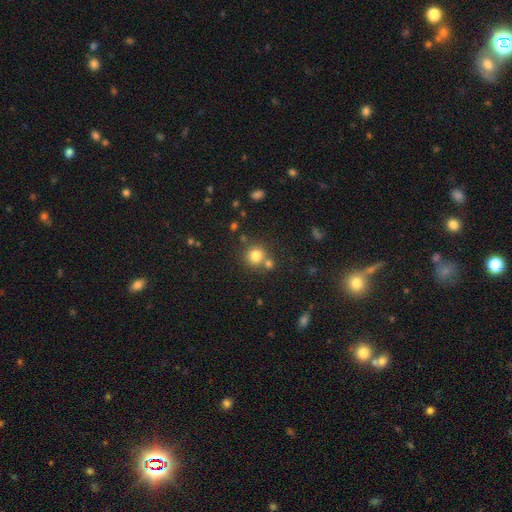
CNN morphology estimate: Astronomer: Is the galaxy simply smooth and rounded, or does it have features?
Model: smooth — 79%.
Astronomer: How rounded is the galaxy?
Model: round — 90%.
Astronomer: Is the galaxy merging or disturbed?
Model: none — 66%.